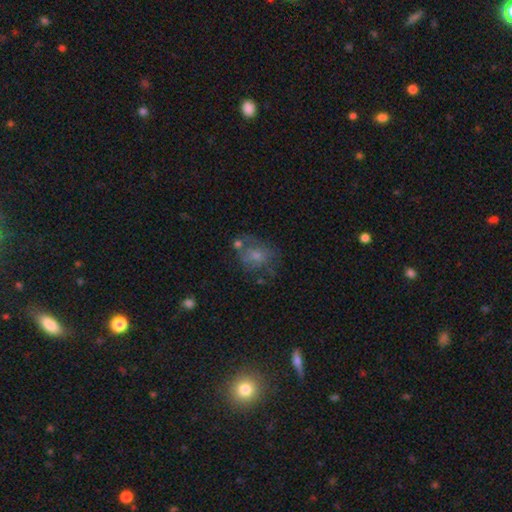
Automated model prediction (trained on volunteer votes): Smooth or featured: smooth — 52% (featured or disk — 36%)
How rounded: in between — 50% (round — 49%)
Merging: none — 42% (minor disturbance — 23%)